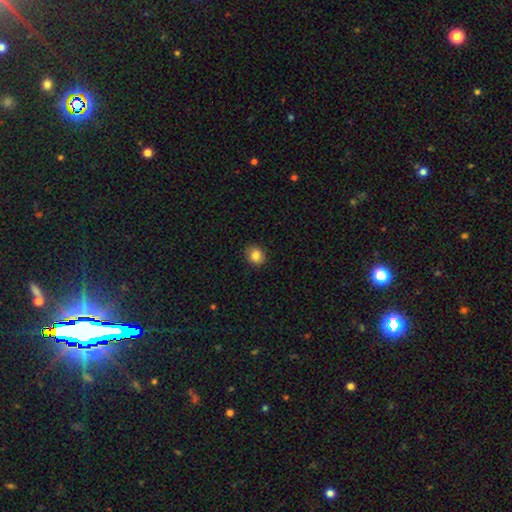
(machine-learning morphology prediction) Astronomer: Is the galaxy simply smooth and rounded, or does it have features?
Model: smooth — 84%.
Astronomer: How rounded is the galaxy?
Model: round — 71%.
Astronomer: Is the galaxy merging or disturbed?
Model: none — 89%.